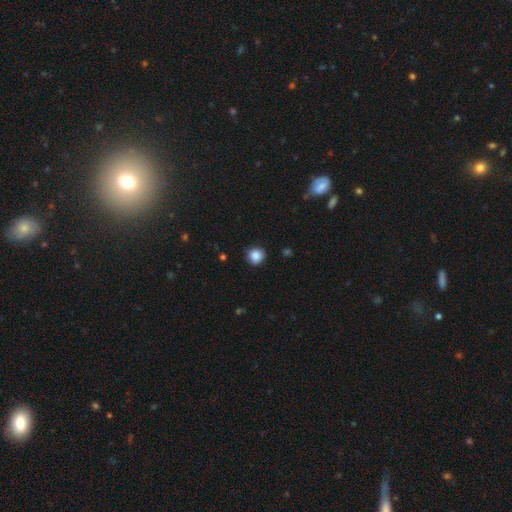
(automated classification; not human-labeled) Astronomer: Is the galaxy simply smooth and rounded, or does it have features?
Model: smooth — 86%.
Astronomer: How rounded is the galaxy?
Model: round — 92%.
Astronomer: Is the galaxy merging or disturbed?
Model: none — 89%.